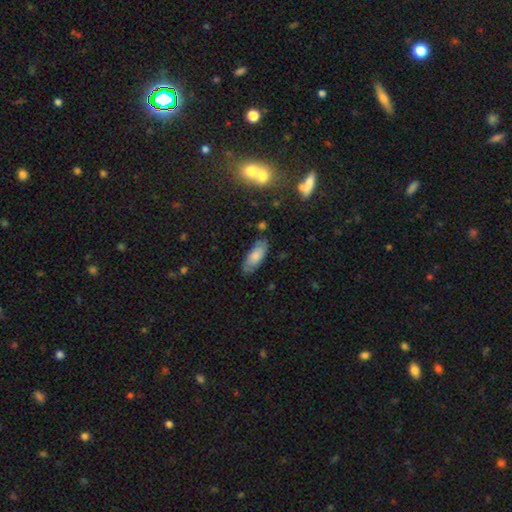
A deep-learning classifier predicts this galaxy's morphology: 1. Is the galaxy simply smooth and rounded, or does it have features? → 75% smooth, 18% featured or disk, 7% star or artifact.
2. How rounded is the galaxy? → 78% in between, 20% cigar-shaped, 2% round.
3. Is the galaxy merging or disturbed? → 76% none, 18% minor disturbance, 4% major disturbance, 2% merger.